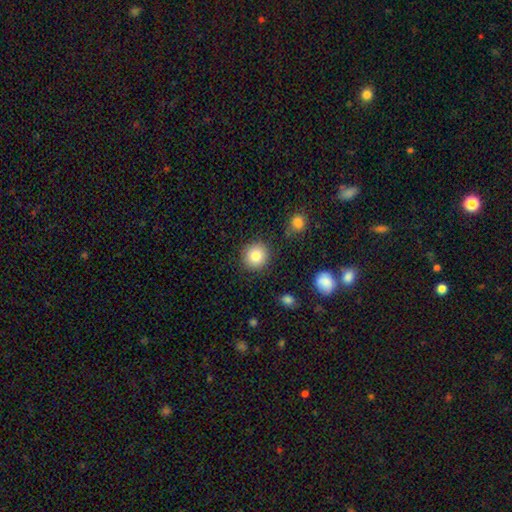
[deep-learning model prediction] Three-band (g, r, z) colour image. It shows a smooth galaxy with no disk features (83%) that is round (93%). Merging: none (87%).